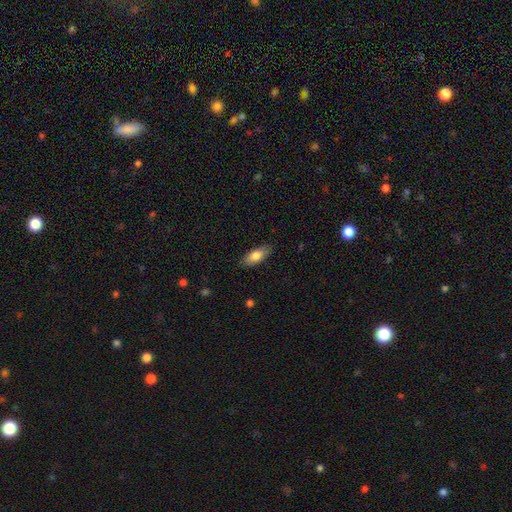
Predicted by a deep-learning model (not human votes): Smooth or featured? Predicted: smooth (p=0.78). How rounded? Predicted: in between (p=0.81). Merging? Predicted: none (p=0.87).